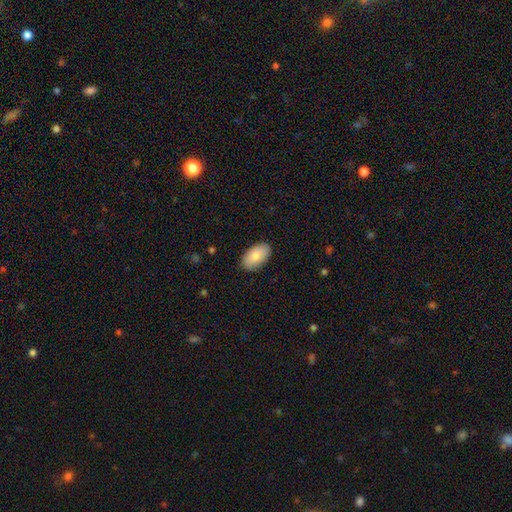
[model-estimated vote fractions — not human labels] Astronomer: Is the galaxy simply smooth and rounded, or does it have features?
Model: smooth — 85%.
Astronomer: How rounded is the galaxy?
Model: in between — 95%.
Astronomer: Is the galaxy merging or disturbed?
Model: none — 87%.